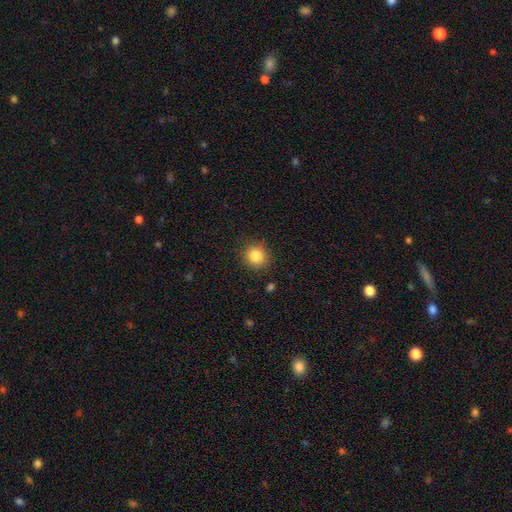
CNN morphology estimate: A smooth galaxy with no disk features (83%) that is round (84%). Merging: none (86%).